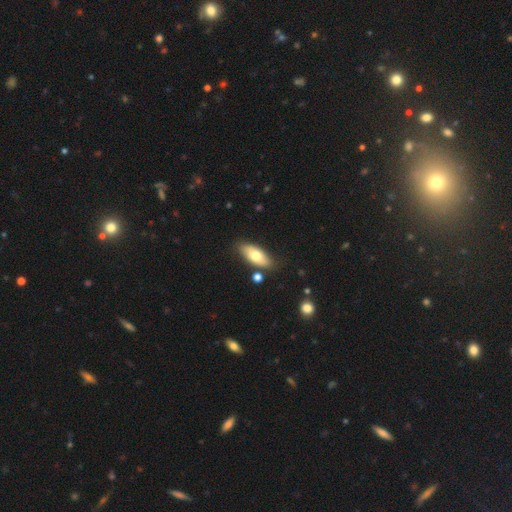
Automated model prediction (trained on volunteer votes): smooth-or-featured: smooth: 70% | featured or disk: 24% | star or artifact: 6%
  how-rounded: in between: 84% | cigar-shaped: 13% | round: 3%
  merging: none: 81% | minor disturbance: 12% | merger: 4% | major disturbance: 3%